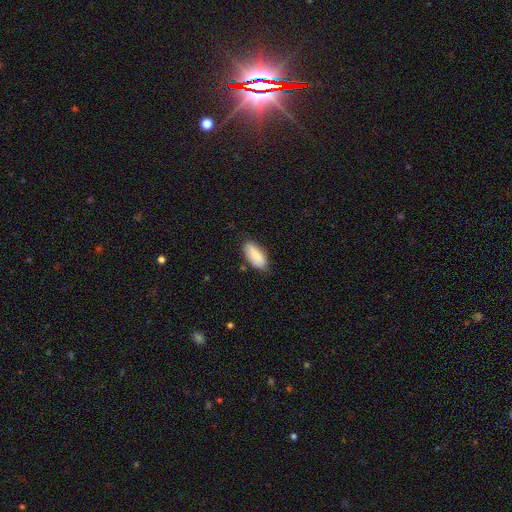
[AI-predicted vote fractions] Smooth or featured?
  - smooth: 86% *
  - featured or disk: 8%
  - star or artifact: 6%
How rounded?
  - in between: 85% *
  - cigar-shaped: 13%
  - round: 2%
Merging?
  - none: 80% *
  - minor disturbance: 16%
  - major disturbance: 3%
  - merger: 2%